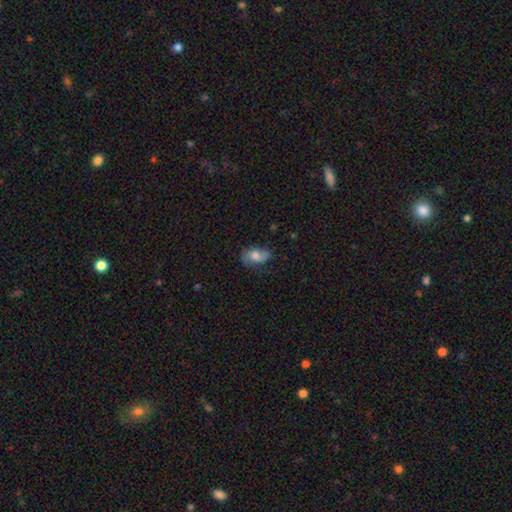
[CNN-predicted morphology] This appears to be a smooth galaxy with no disk features (57%) that is in between round and cigar-shaped (86%). Merging: none (58%).